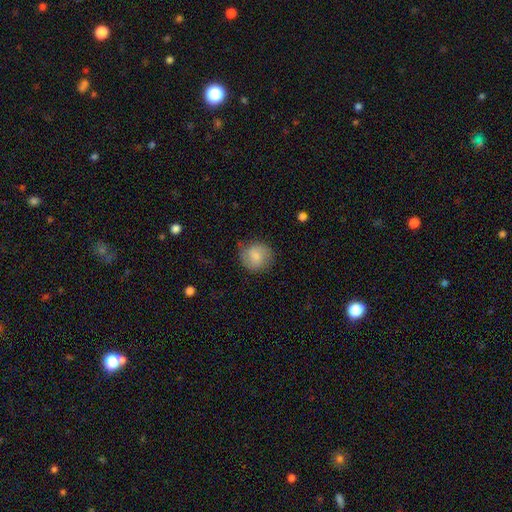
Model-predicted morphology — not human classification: A smooth galaxy with no disk features (75%) that is round (87%). Merging: none (72%).